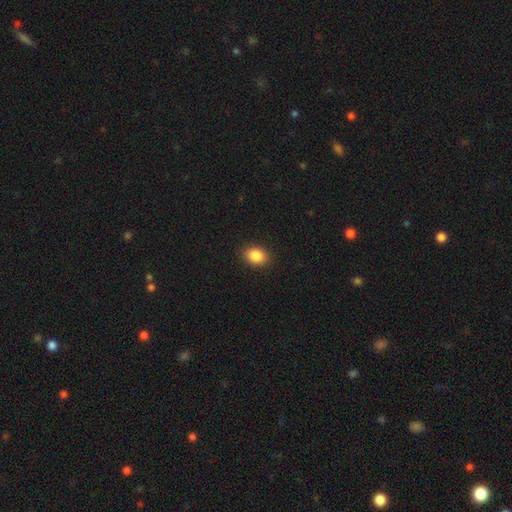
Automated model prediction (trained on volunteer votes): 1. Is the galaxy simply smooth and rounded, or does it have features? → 87% smooth, 9% star or artifact, 4% featured or disk.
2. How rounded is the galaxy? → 64% in between, 35% round, 1% cigar-shaped.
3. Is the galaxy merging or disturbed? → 90% none, 8% minor disturbance, 2% major disturbance, 1% merger.